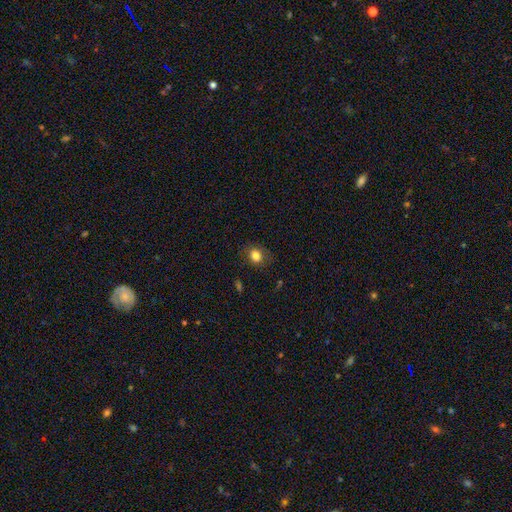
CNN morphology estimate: smooth-or-featured: smooth: 83% | star or artifact: 11% | featured or disk: 6%
  how-rounded: round: 56% | in between: 43% | cigar-shaped: 1%
  merging: none: 80% | minor disturbance: 15% | major disturbance: 4% | merger: 1%